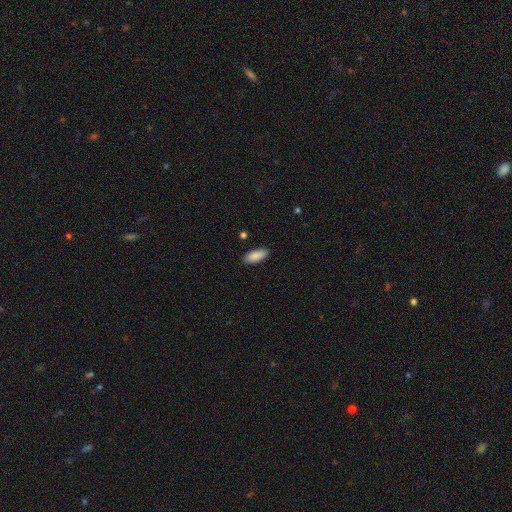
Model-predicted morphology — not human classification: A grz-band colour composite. It shows a smooth galaxy with no disk features (89%) that is in between round and cigar-shaped (81%). Merging: none (88%).